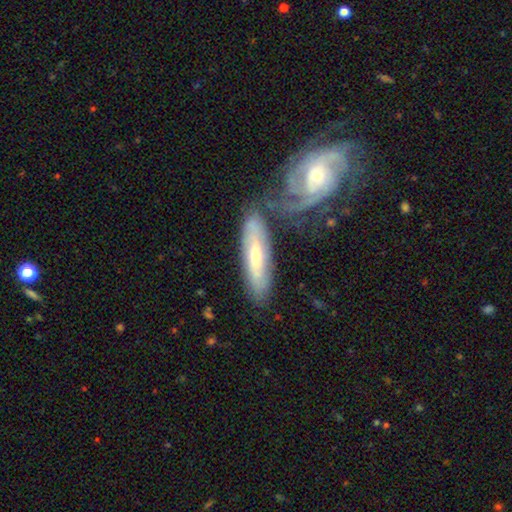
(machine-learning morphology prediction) Smooth or featured? Predicted: featured or disk (p=0.58). Edge-on disk? Predicted: no (p=0.64). Merging? Predicted: none (p=0.60).